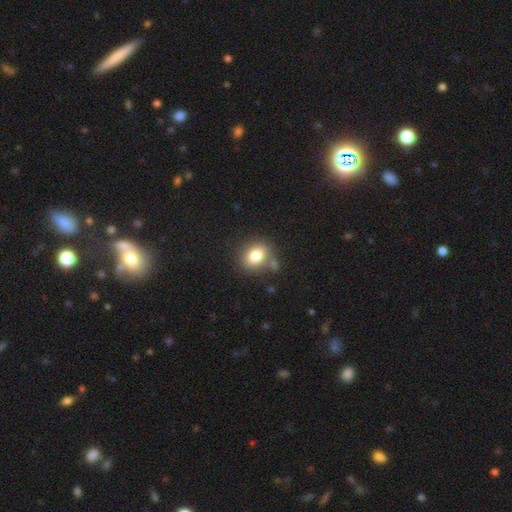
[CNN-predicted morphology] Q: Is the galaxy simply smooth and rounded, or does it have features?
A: smooth — 80%.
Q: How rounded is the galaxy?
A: in between — 55%.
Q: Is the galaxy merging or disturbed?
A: none — 72%.